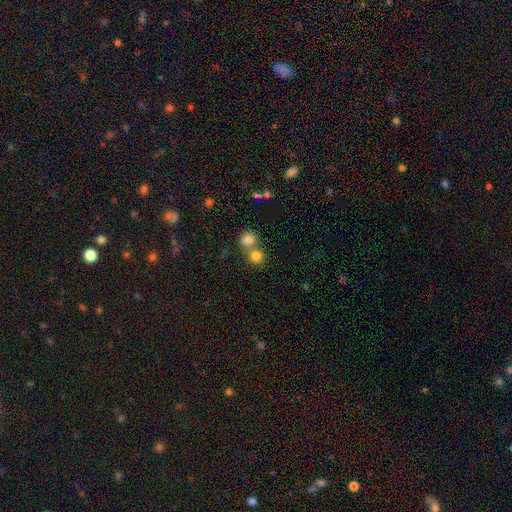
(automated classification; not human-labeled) A smooth galaxy with no disk features (78%) that is round (86%).

Vote fractions:
- Smooth or featured? smooth: 78% / star or artifact: 13% / featured or disk: 9%
- How rounded? round: 86% / in between: 13% / cigar-shaped: 1%
- Merging? merger: 47% / none: 45% / minor disturbance: 6% / major disturbance: 2%